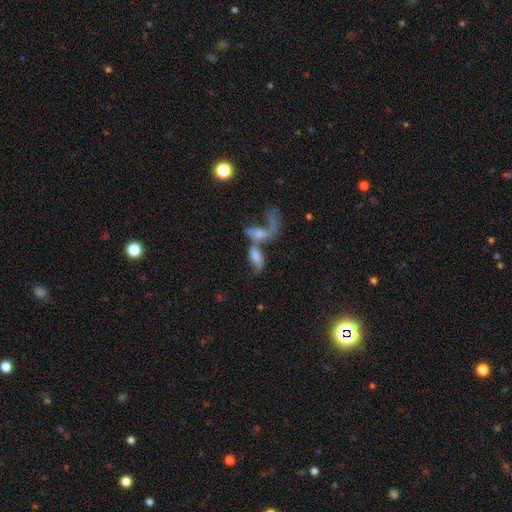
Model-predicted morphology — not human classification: type=featured or disk (42%); merging=merger (66%).